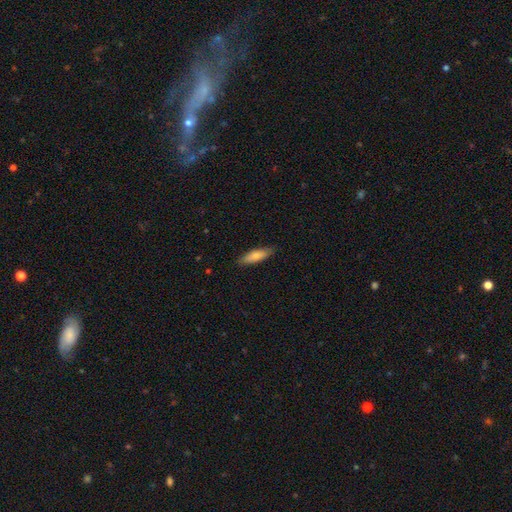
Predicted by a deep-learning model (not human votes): This appears to be a smooth galaxy with no disk features (78%) that is cigar-shaped (55%). Merging: none (86%).